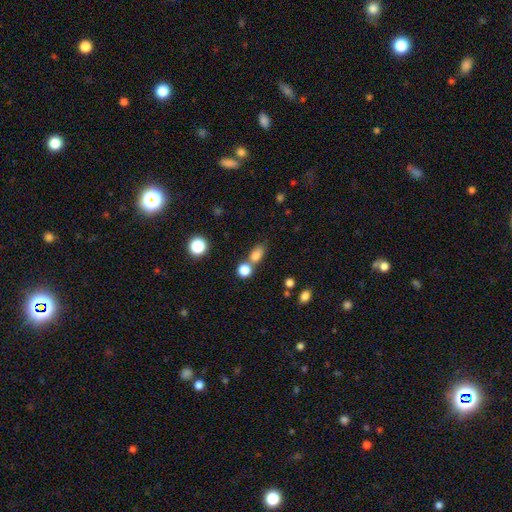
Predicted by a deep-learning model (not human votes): smooth 80%, star or artifact 13%, featured or disk 8%. Down the decision tree: how rounded — in between (70%); merging — none (51%).